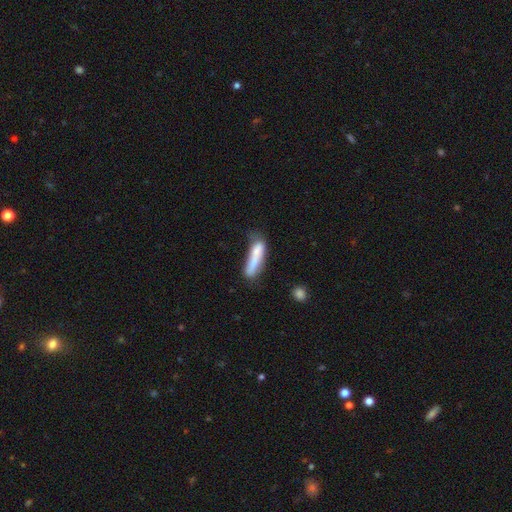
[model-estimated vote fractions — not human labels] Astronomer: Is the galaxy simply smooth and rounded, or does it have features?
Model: smooth — 74%.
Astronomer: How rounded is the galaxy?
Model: cigar-shaped — 81%.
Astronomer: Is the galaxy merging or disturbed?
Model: none — 46% (runner-up: minor disturbance, 29%).